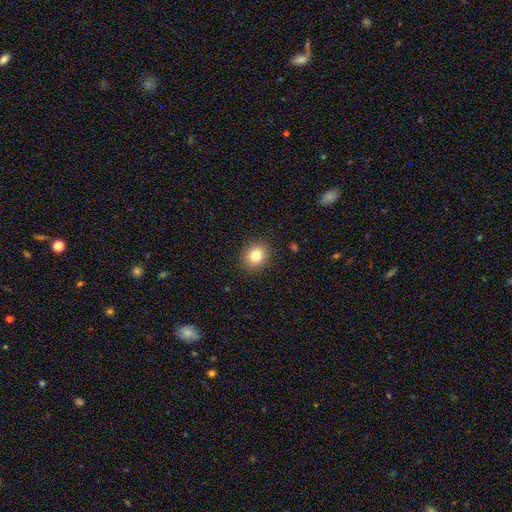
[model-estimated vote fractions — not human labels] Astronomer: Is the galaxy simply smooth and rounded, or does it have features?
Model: smooth — 81%.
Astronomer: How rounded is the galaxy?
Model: round — 63%.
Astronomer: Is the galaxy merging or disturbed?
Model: none — 89%.